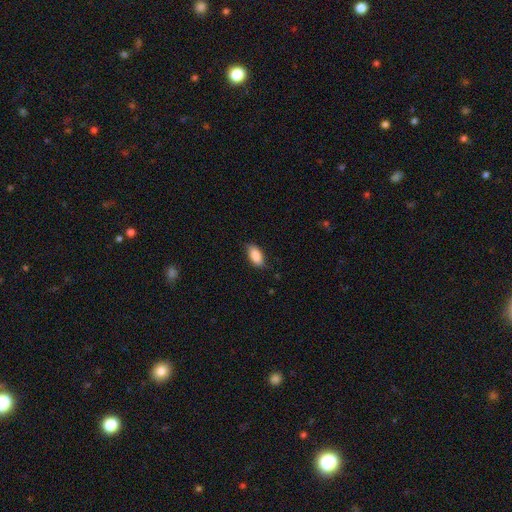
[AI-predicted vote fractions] Smooth or featured? smooth (88%)
How rounded? in between (91%)
Merging? none (81%)